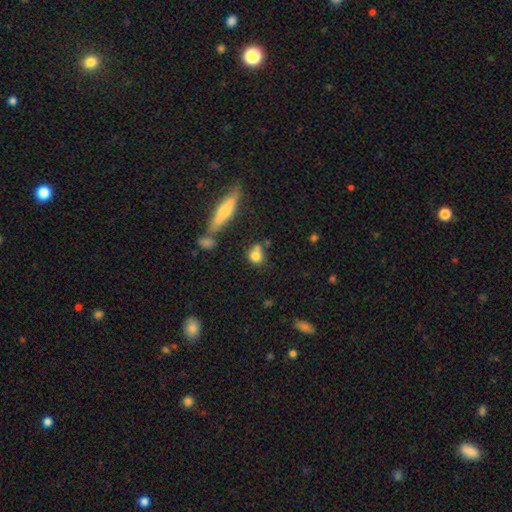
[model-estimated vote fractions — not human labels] The model was most divided on "merging": none: 52%, merger: 27%, minor disturbance: 16%, major disturbance: 6%. More confident: smooth or featured — smooth (77%); how rounded — round (68%).